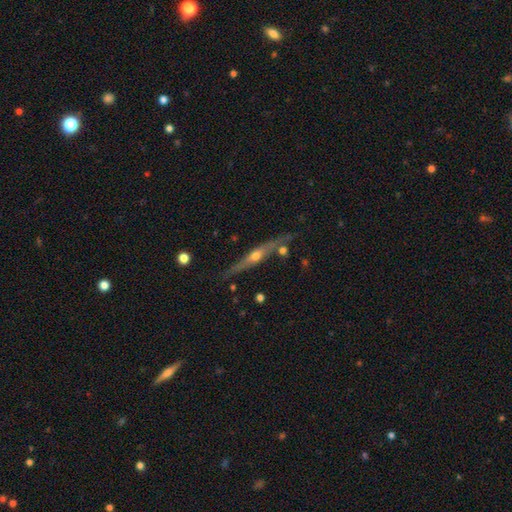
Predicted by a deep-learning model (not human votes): Smooth or featured?
  - featured or disk: 70% *
  - smooth: 23%
  - star or artifact: 7%
Edge-on disk?
  - yes: 93% *
  - no: 7%
Edge-on bulge?
  - rounded: 88% *
  - none: 8%
  - boxy: 4%
Merging?
  - none: 73% *
  - minor disturbance: 15%
  - merger: 8%
  - major disturbance: 4%